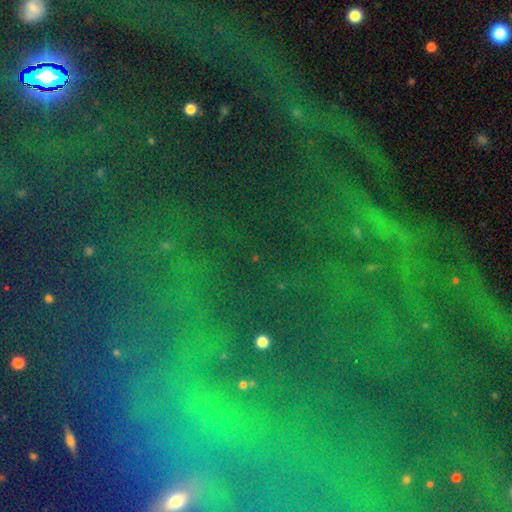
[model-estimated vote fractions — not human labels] Overall: star or artifact (80%).